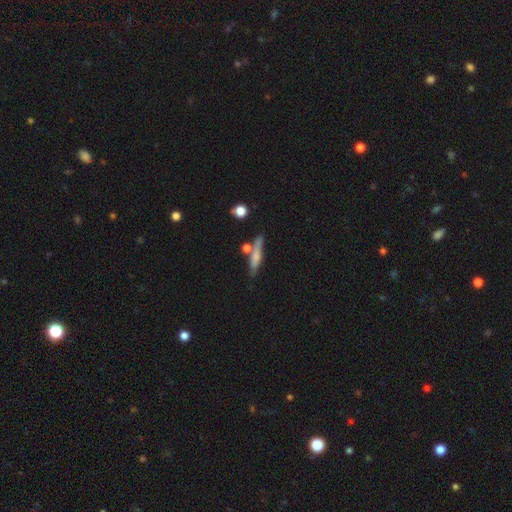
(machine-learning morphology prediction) This appears to be a smooth galaxy with no disk features (59%) that is cigar-shaped (83%). Merging: none (68%).